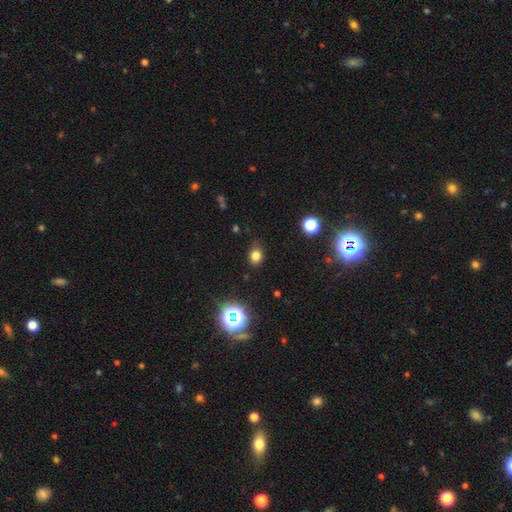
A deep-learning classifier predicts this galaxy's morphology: This is likely a smooth galaxy (76%). How rounded: possibly round (55%). Merging: likely none (78%).